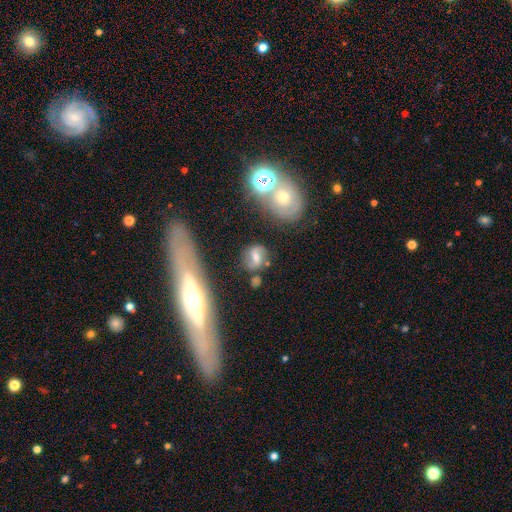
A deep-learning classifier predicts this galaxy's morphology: Smooth or featured? featured or disk (53%)
Edge-on disk? no (92%)
Merging? none (72%)